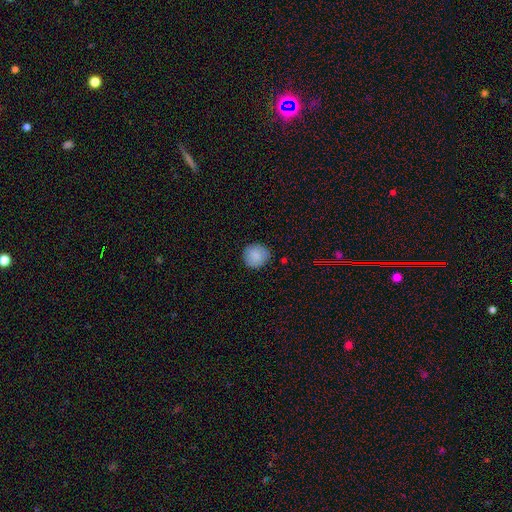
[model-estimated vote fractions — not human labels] smooth_or_featured: smooth (p=0.85) [alt: star or artifact p=0.08]
how_rounded: round (p=0.92) [alt: in between p=0.07]
merging: none (p=0.86) [alt: minor disturbance p=0.11]